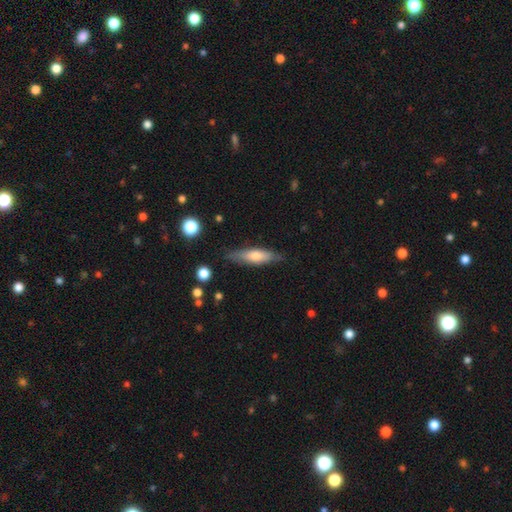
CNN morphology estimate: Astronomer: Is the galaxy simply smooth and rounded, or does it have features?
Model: smooth — 60%.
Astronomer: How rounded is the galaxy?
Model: cigar-shaped — 66%.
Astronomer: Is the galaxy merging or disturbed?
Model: none — 80%.